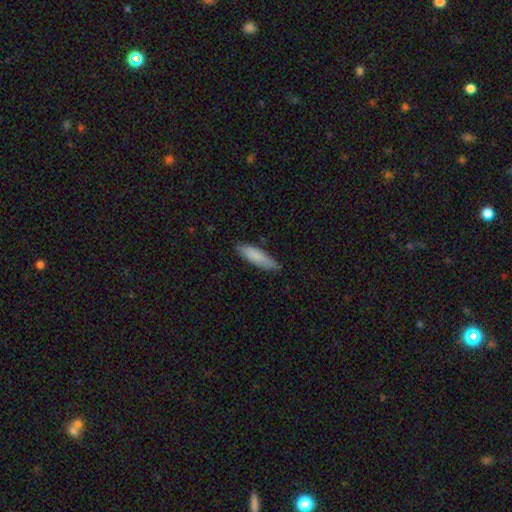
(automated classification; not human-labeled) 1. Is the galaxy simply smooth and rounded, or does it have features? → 84% smooth, 10% featured or disk, 5% star or artifact.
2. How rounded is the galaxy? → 64% cigar-shaped, 35% in between, 1% round.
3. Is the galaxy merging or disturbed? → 82% none, 15% minor disturbance, 2% major disturbance, 1% merger.